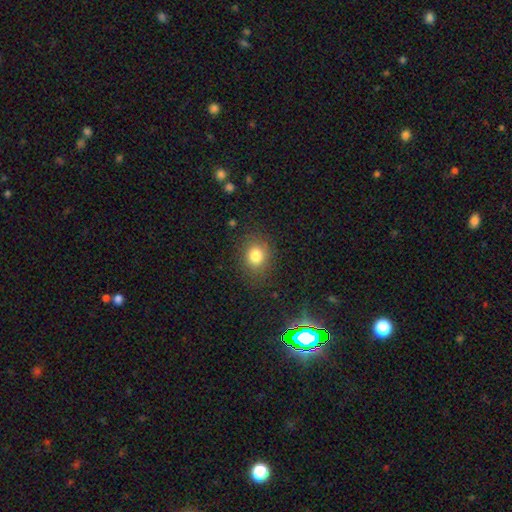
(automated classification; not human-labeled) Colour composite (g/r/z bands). It shows a smooth galaxy with no disk features (81%) that is round (60%). Merging: none (81%).